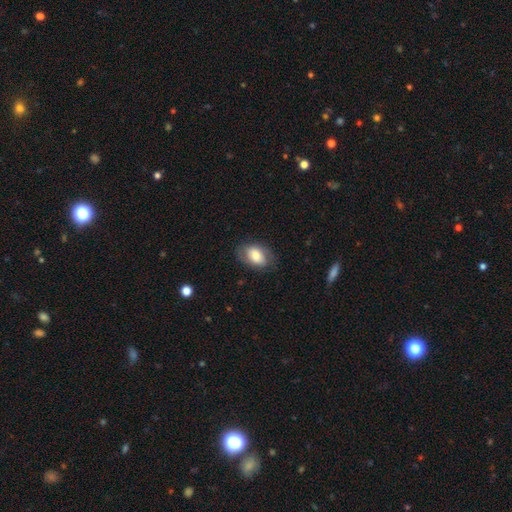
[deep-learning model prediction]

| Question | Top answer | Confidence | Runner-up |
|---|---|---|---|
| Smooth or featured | smooth | 72% | featured or disk (21%) |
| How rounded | in between | 86% | round (13%) |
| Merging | none | 77% | minor disturbance (16%) |